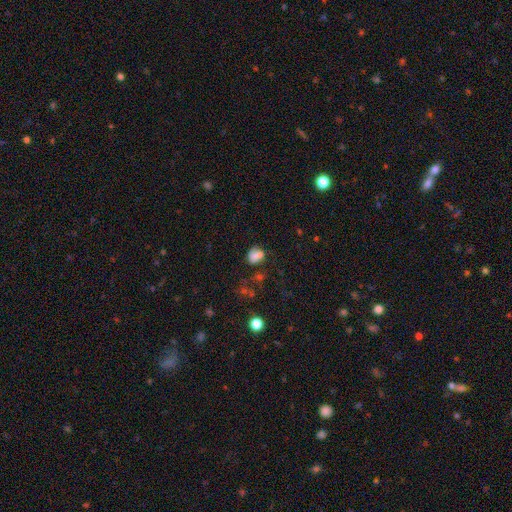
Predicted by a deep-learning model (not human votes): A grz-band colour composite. It shows a smooth galaxy with no disk features (70%) that is in between round and cigar-shaped (52%). Merging: none (52%).